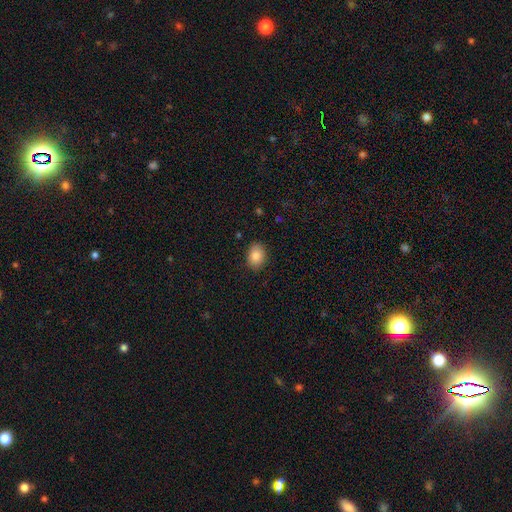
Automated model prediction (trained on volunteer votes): Q: Smooth or featured?
A: smooth (86%); runner-up: star or artifact (8%)
Q: How rounded?
A: in between (70%); runner-up: round (29%)
Q: Merging?
A: none (87%); runner-up: minor disturbance (10%)